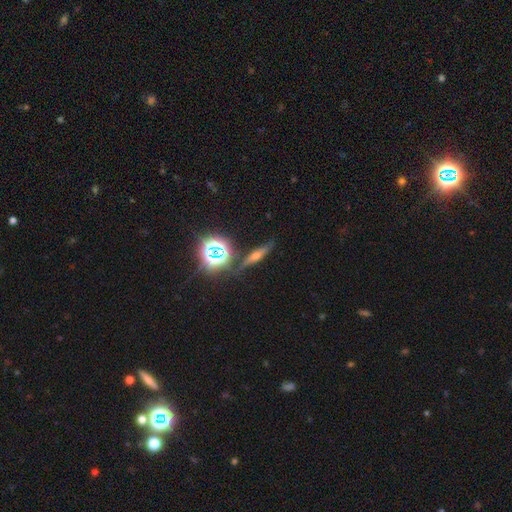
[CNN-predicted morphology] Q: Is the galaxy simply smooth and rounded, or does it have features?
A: featured or disk — 44%.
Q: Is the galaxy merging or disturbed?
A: none — 84%.